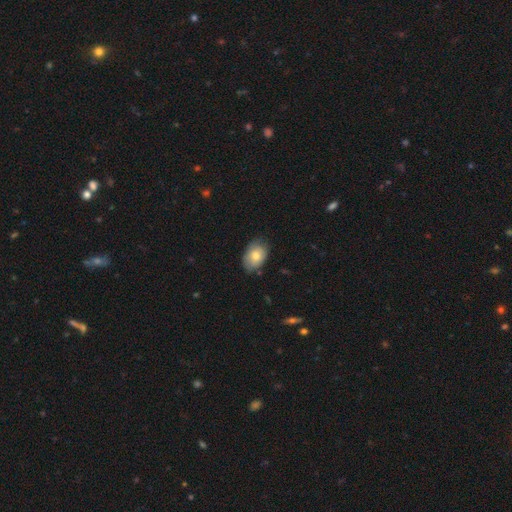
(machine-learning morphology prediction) Smooth or featured? smooth (75%)
How rounded? in between (85%)
Merging? none (72%)